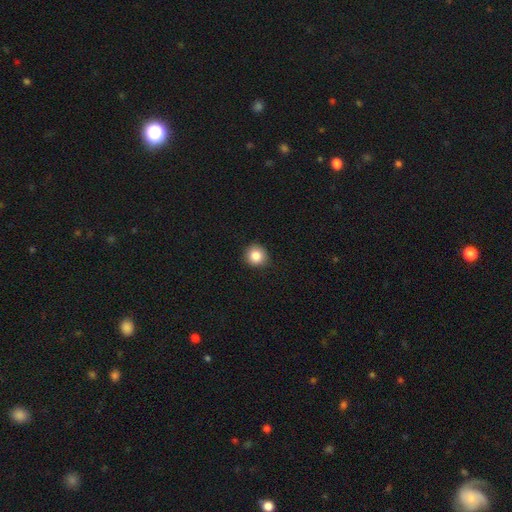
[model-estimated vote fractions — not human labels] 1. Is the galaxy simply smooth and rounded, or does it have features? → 85% smooth, 10% star or artifact, 5% featured or disk.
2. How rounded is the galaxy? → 91% round, 8% in between, 1% cigar-shaped.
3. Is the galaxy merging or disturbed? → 85% none, 12% minor disturbance, 2% major disturbance, 1% merger.